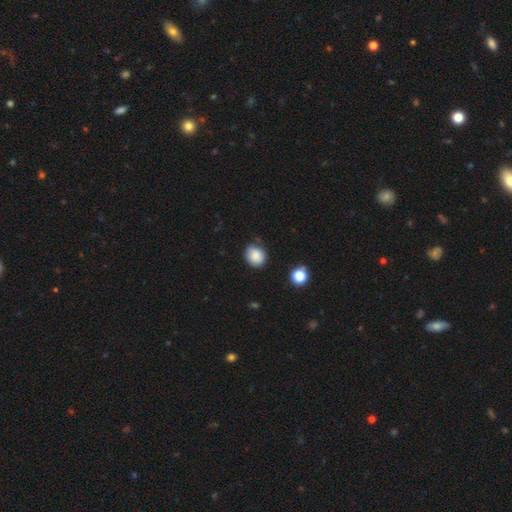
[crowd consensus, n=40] Smooth or featured? 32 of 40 (80%) said smooth. How rounded? 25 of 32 (78%) said round. Merging? 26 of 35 (74%) said none.